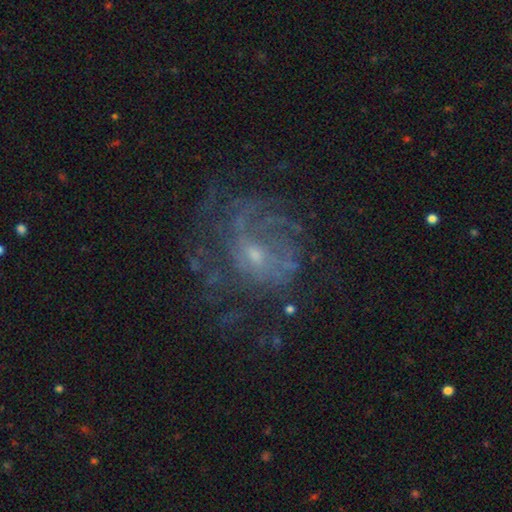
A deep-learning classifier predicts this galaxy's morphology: Smooth or featured?
  - featured or disk: 74% *
  - smooth: 14%
  - star or artifact: 13%
Edge-on disk?
  - no: 98% *
  - yes: 2%
Bar?
  - no: 64% *
  - weak: 31%
  - strong: 5%
Spiral arms?
  - yes: 71% *
  - no: 29%
Spiral winding?
  - tight: 40% *
  - medium: 37%
  - loose: 23%
Spiral arm count?
  - can't tell: 51% *
  - 2: 14%
  - 3: 12%
  - 4: 8%
  - 1: 8%
  - more than 4: 6%
Bulge size?
  - small: 64% *
  - moderate: 27%
  - none: 6%
  - large: 2%
  - dominant: 1%
Merging?
  - none: 52% *
  - major disturbance: 27%
  - minor disturbance: 19%
  - merger: 3%